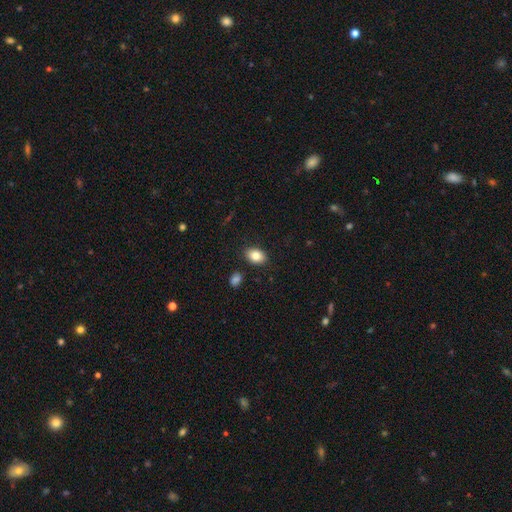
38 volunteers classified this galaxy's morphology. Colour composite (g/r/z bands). It shows a smooth galaxy with no disk features (82%) that is in between round and cigar-shaped (87%). Merging: none (91%).